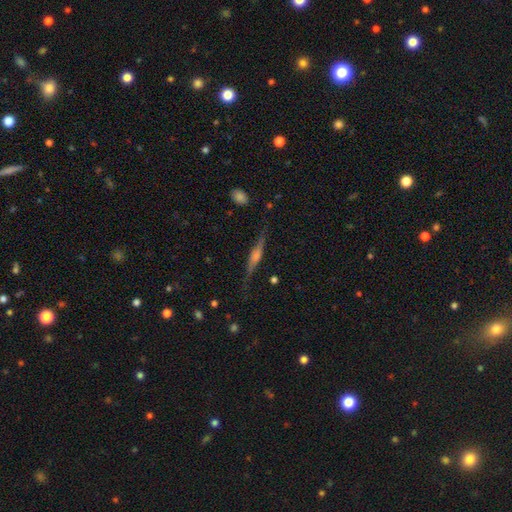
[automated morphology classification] Smooth or featured? featured or disk (65%)
Edge-on disk? yes (96%)
Edge-on bulge? rounded (62%)
Merging? none (80%)